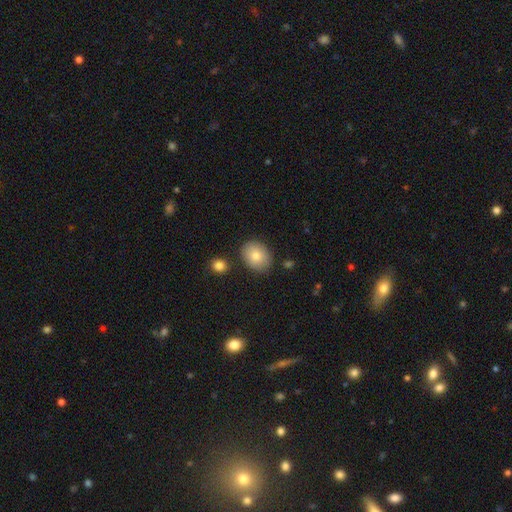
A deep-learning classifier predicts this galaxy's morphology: Smooth or featured? smooth (80%)
How rounded? in between (60%)
Merging? none (83%)